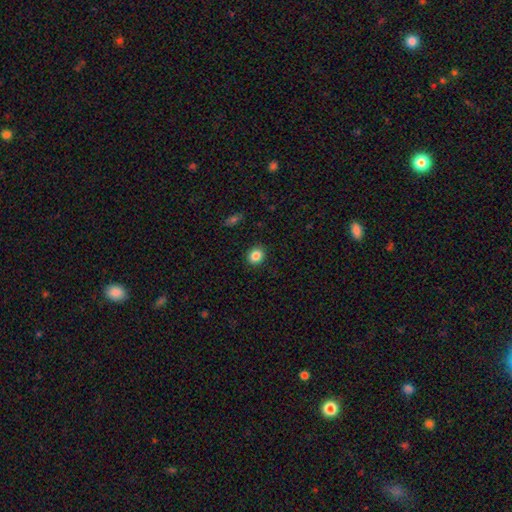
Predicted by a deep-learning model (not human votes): Smooth or featured?
  - smooth: 85% *
  - star or artifact: 10%
  - featured or disk: 5%
How rounded?
  - round: 72% *
  - in between: 27%
  - cigar-shaped: 1%
Merging?
  - none: 91% *
  - minor disturbance: 6%
  - major disturbance: 2%
  - merger: 1%